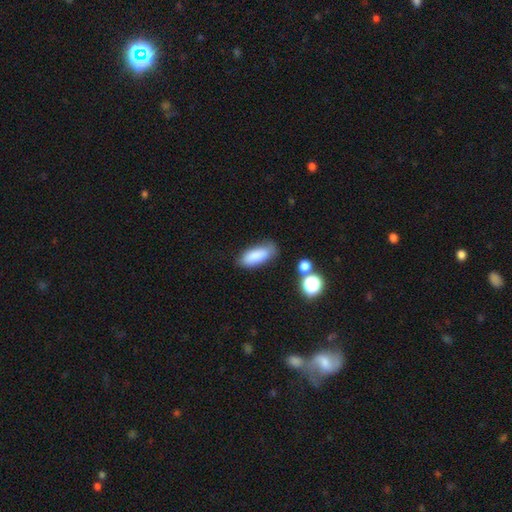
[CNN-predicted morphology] smooth_or_featured: smooth (p=0.84) [alt: star or artifact p=0.08]
how_rounded: in between (p=0.77) [alt: cigar-shaped p=0.20]
merging: none (p=0.71) [alt: minor disturbance p=0.19]